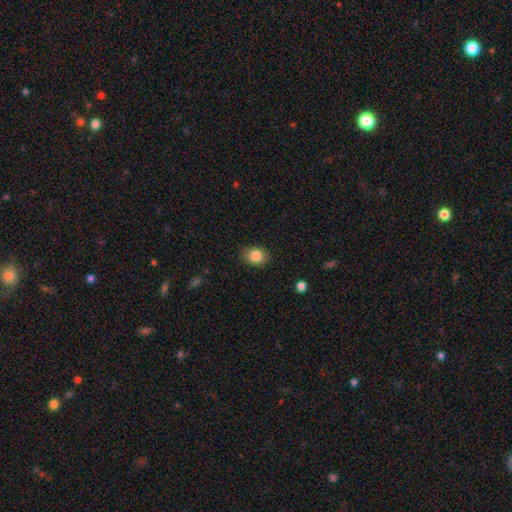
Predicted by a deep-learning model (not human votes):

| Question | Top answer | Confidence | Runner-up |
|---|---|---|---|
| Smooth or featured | smooth | 86% | star or artifact (9%) |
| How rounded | round | 50% | in between (49%) |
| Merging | none | 83% | minor disturbance (13%) |